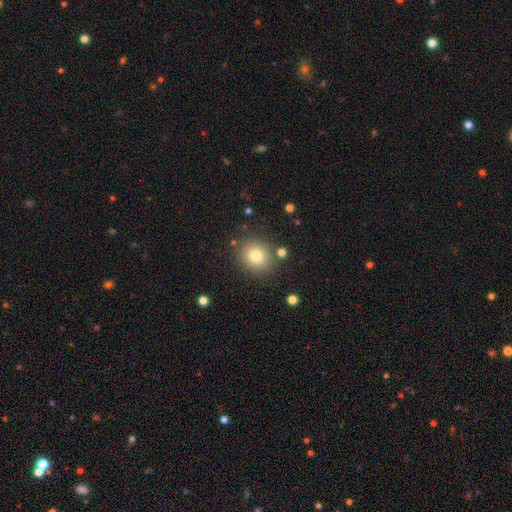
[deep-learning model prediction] Smooth or featured: smooth — 77% (star or artifact — 13%)
How rounded: round — 82% (in between — 17%)
Merging: none — 84% (minor disturbance — 9%)